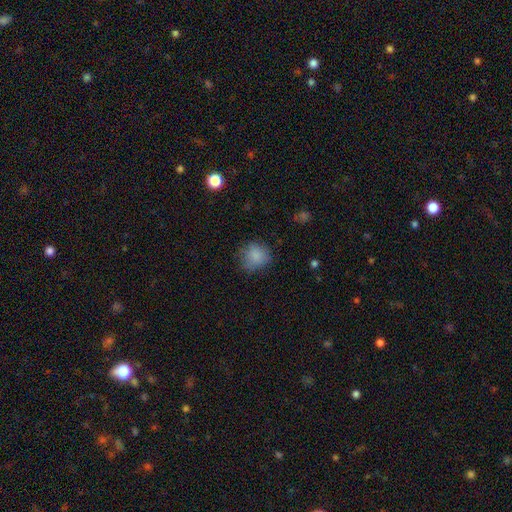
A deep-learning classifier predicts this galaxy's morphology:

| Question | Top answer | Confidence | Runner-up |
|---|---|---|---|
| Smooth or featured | smooth | 82% | star or artifact (10%) |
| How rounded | round | 80% | in between (19%) |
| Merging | none | 70% | minor disturbance (22%) |